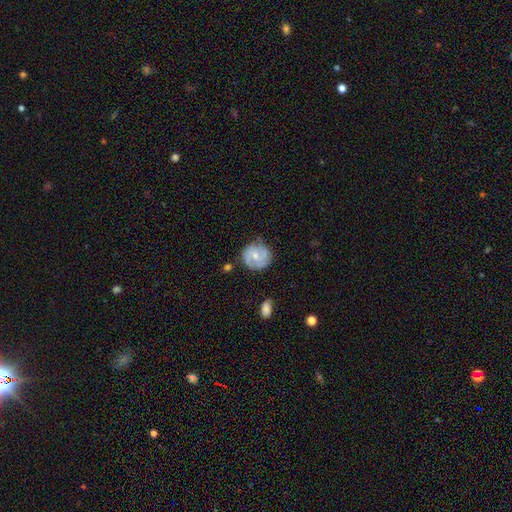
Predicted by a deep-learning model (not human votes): Overall: featured or disk (63%; smooth 31%). Edge-on disk: no (98%). Bar: no (61%; weak 33%). Spiral arms: yes (84%). Spiral arm count: 2 (59%; can't tell 21%). Spiral winding: tight (52%; medium 35%). Bulge size: moderate (49%; small 46%). Merging: none (70%).